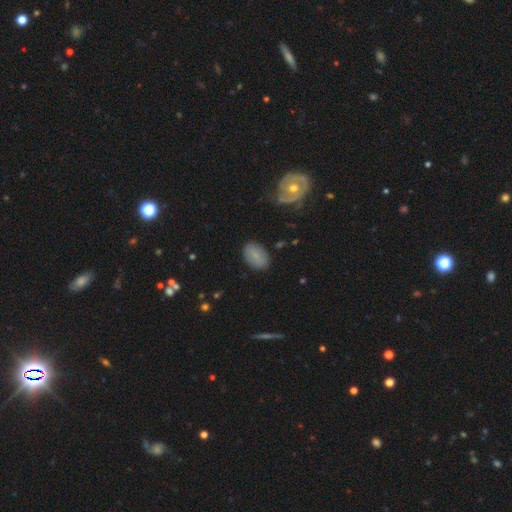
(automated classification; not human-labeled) Morphology: type=smooth (75%); roundness=in between (88%); merging=none (82%).